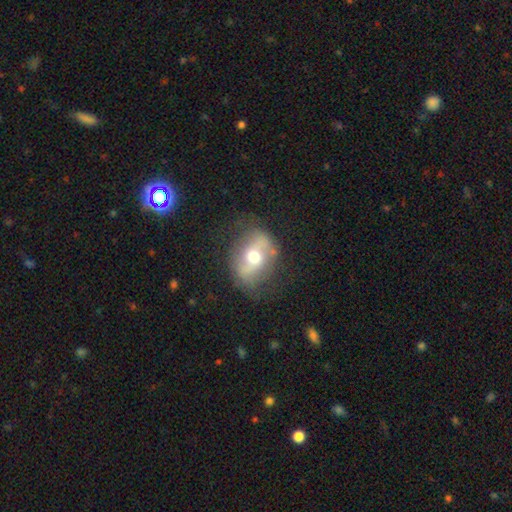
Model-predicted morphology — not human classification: The model was most divided on "bar": weak: 36%, no: 32%, strong: 32%. More confident: edge-on disk — no (91%); merging — none (72%); bulge size — moderate (71%); spiral arms — yes (63%); smooth or featured — featured or disk (62%).